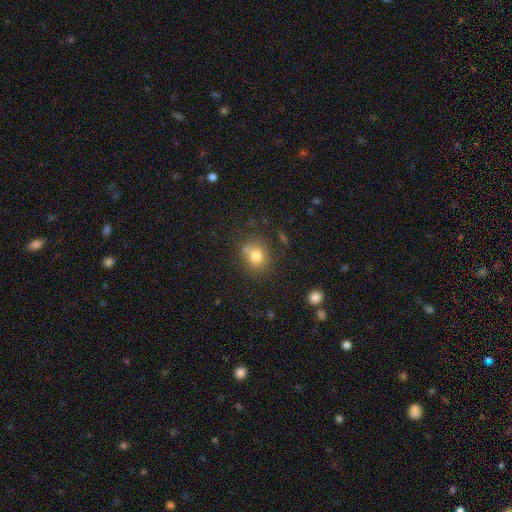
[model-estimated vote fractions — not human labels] smooth_or_featured: smooth (p=0.78) [alt: star or artifact p=0.12]
how_rounded: round (p=0.74) [alt: in between p=0.25]
merging: none (p=0.69) [alt: minor disturbance p=0.15]